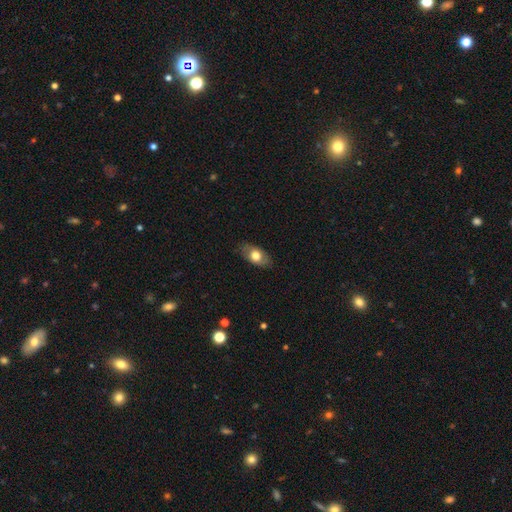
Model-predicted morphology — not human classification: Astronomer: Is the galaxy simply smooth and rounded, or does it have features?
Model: smooth — 69%.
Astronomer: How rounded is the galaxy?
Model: in between — 89%.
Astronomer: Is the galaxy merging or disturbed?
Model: none — 82%.